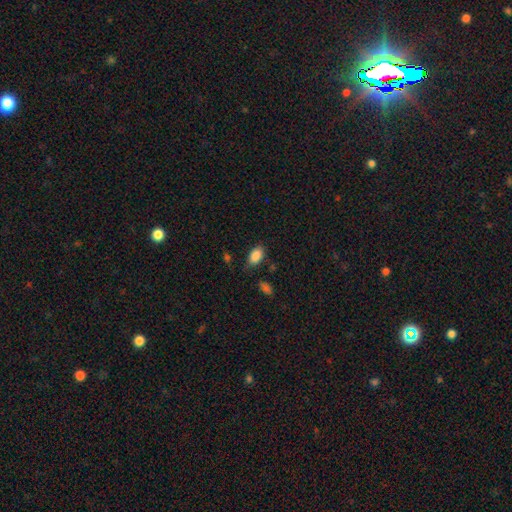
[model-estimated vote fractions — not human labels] A smooth galaxy with no disk features (88%) that is in between round and cigar-shaped (92%). Merging: none (79%).